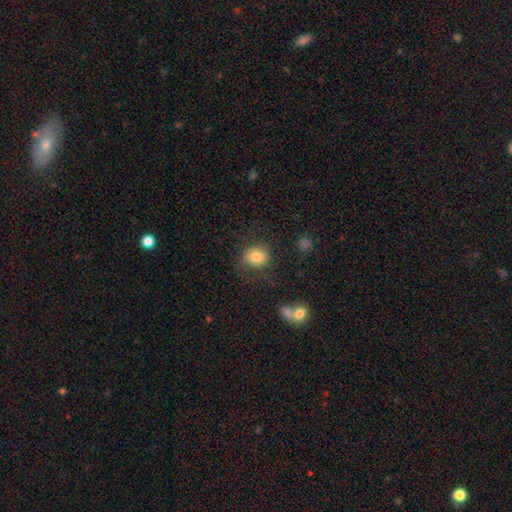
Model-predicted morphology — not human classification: A smooth galaxy with no disk features (81%) that is round (76%). Merging: none (76%).